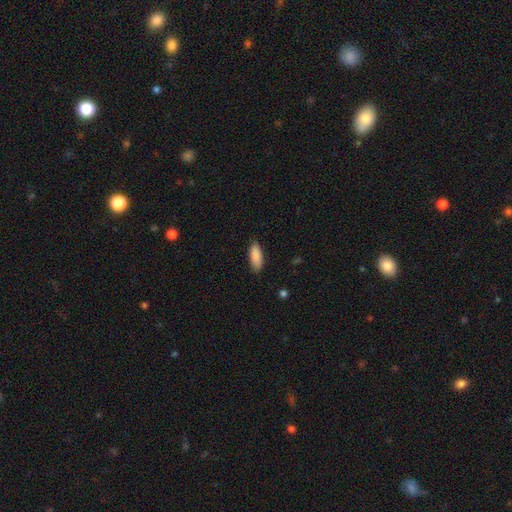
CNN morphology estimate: smooth_or_featured: smooth (p=0.89) [alt: star or artifact p=0.06]
how_rounded: in between (p=0.72) [alt: cigar-shaped p=0.26]
merging: none (p=0.85) [alt: minor disturbance p=0.12]